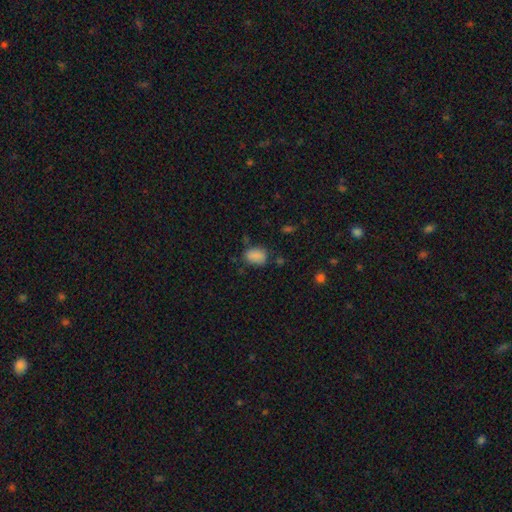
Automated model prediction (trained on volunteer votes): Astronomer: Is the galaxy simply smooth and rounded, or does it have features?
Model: smooth — 85%.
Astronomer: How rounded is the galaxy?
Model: in between — 80%.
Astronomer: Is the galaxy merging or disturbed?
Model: none — 69%.